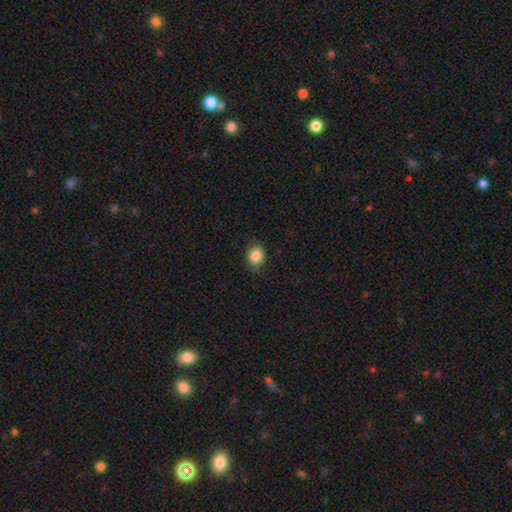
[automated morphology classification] smooth 86%, star or artifact 9%, featured or disk 5%. Down the decision tree: how rounded — round (60%); merging — none (81%).